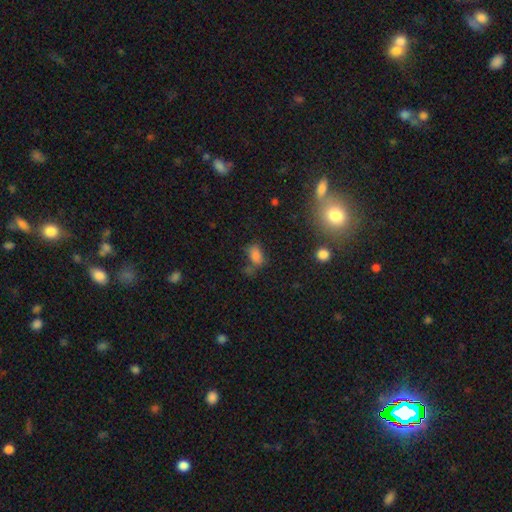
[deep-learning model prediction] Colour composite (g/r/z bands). It shows a smooth galaxy with no disk features (77%) that is in between round and cigar-shaped (87%). Merging: none (52%).